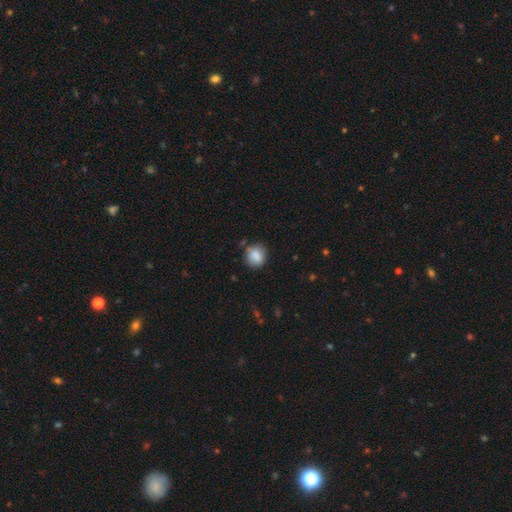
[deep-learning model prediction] Smooth or featured: smooth — 85% (star or artifact — 8%)
How rounded: round — 75% (in between — 24%)
Merging: none — 75% (minor disturbance — 17%)